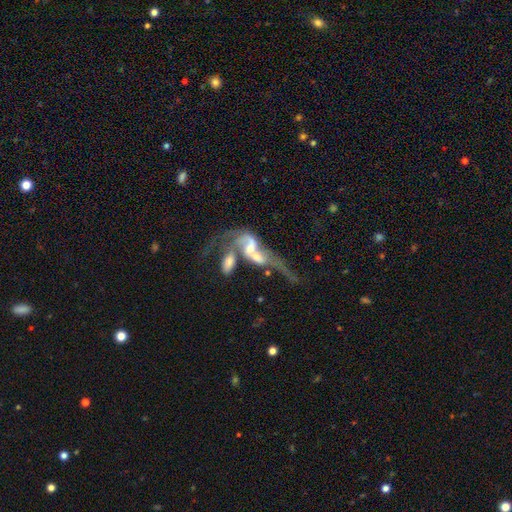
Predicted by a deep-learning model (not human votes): Smooth or featured? featured or disk (72%)
Edge-on disk? no (87%)
Bar? no (55%)
Spiral arms? yes (69%)
Bulge size? moderate (40%)
Merging? merger (71%)